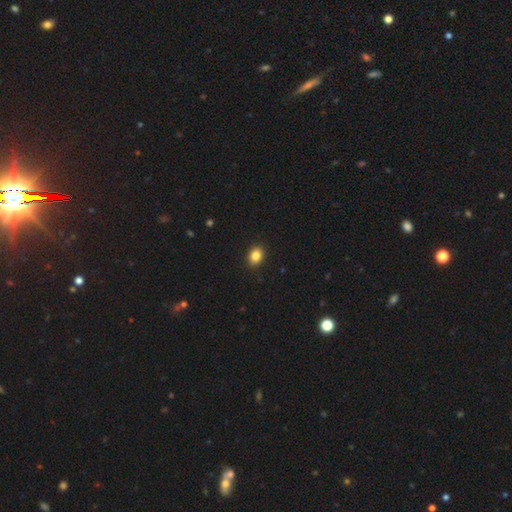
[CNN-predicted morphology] Smooth or featured? Predicted: smooth (p=0.86). How rounded? Predicted: in between (p=0.66). Merging? Predicted: none (p=0.91).